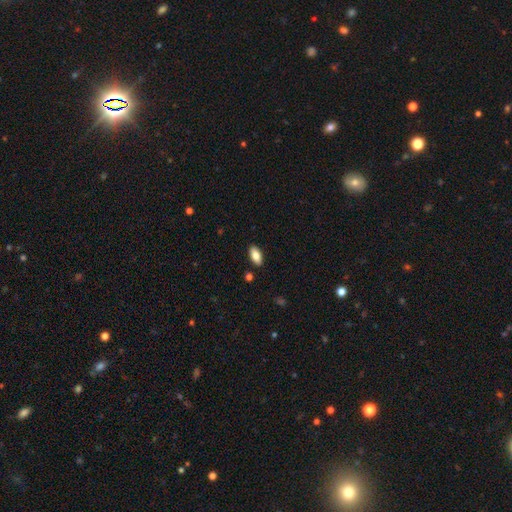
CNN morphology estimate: Smooth or featured: smooth — 83% (featured or disk — 10%)
How rounded: in between — 91% (cigar-shaped — 7%)
Merging: none — 89% (minor disturbance — 8%)